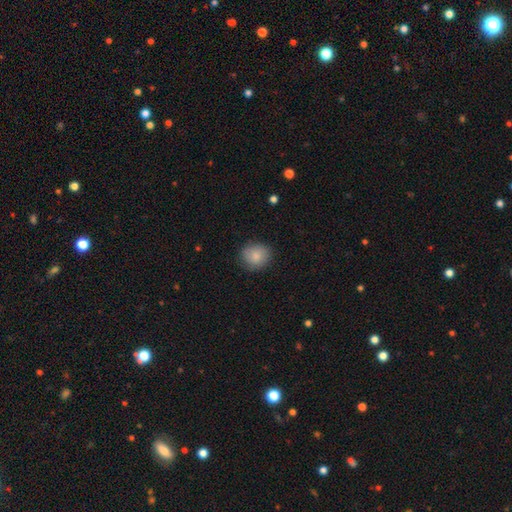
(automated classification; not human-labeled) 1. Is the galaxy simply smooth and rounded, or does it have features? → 85% smooth, 8% featured or disk, 7% star or artifact.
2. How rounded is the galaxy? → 81% round, 18% in between, 1% cigar-shaped.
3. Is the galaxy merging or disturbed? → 83% none, 12% minor disturbance, 3% major disturbance, 1% merger.